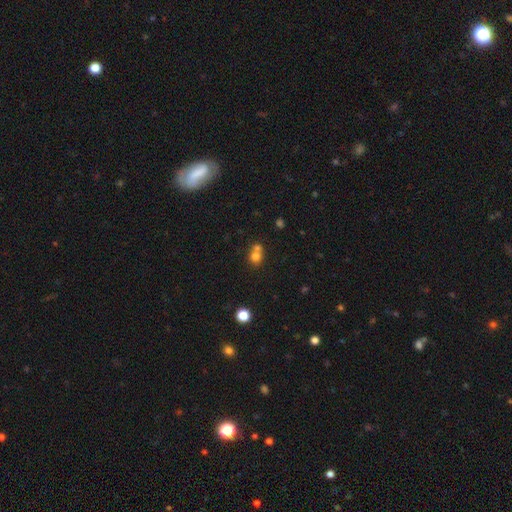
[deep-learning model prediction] The model was most divided on "merging": merger: 52%, none: 39%, minor disturbance: 6%, major disturbance: 3%. More confident: how rounded — round (79%); smooth or featured — smooth (74%).